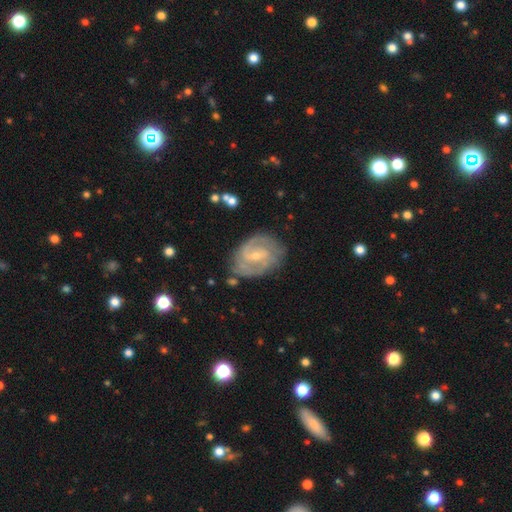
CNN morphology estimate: This is clearly a featured or disk galaxy (86%). It is clearly not viewed edge-on (97%). Bar: possibly weak (53%). Spiral arm pattern: clearly yes (95%). Spiral arm count: likely 2 (70%). Spiral winding: possibly medium (45%). Central bulge: likely small (68%). Merging: likely none (74%).